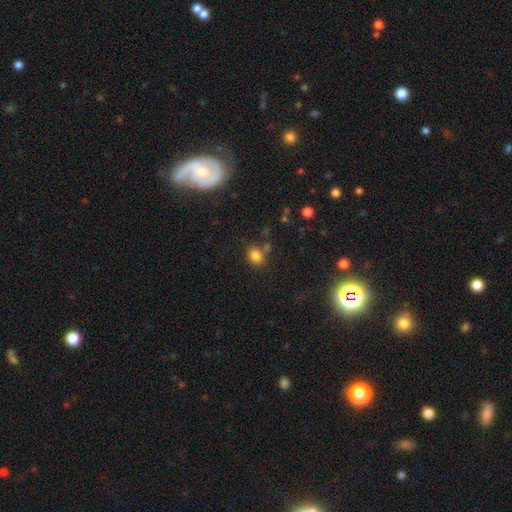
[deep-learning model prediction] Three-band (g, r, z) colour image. It shows a smooth galaxy with no disk features (82%) that is in between round and cigar-shaped (53%). Merging: none (70%).